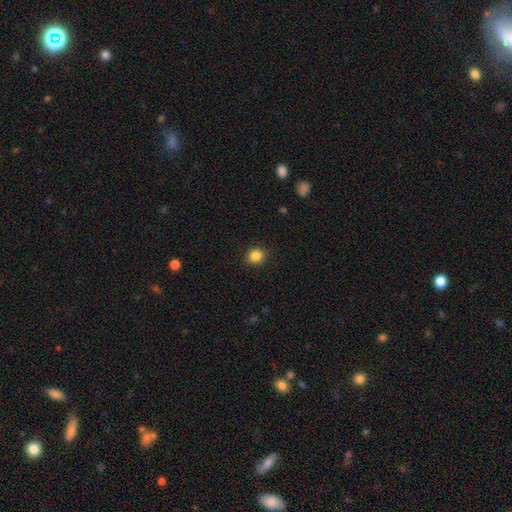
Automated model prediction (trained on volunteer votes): Q: Smooth or featured?
A: smooth (85%); runner-up: star or artifact (11%)
Q: How rounded?
A: round (84%); runner-up: in between (15%)
Q: Merging?
A: none (89%); runner-up: minor disturbance (8%)